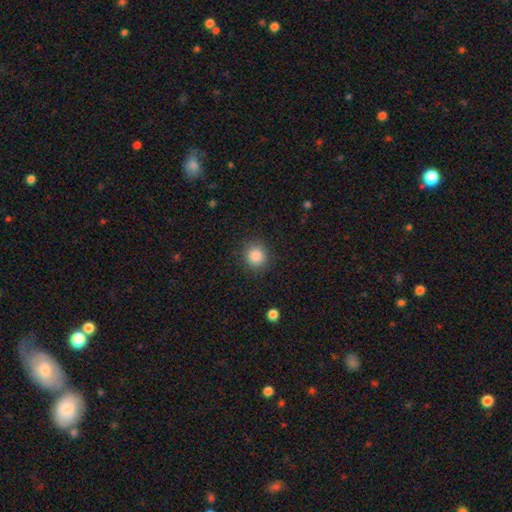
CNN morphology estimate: Smooth or featured: smooth — 86% (star or artifact — 10%)
How rounded: round — 88% (in between — 11%)
Merging: none — 88% (minor disturbance — 8%)